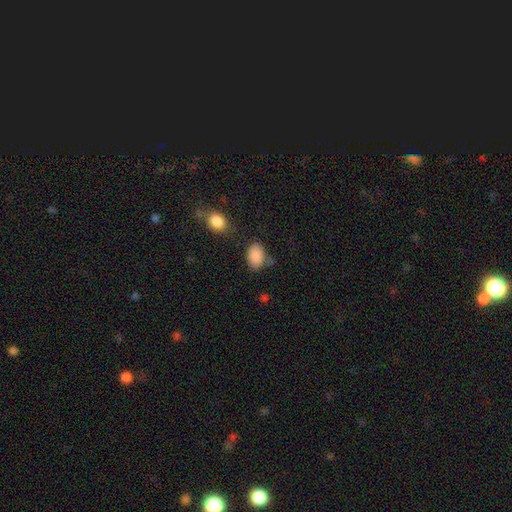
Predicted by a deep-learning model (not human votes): Morphology: type=smooth (88%); roundness=in between (86%); merging=none (63%).